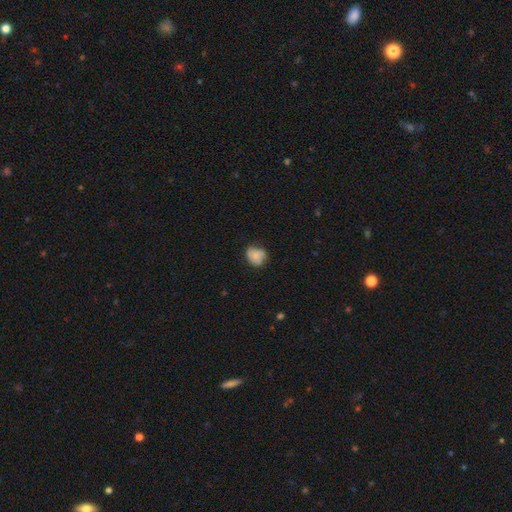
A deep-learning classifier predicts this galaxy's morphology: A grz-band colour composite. It shows a smooth galaxy with no disk features (67%) that is round (65%). Merging: none (61%).